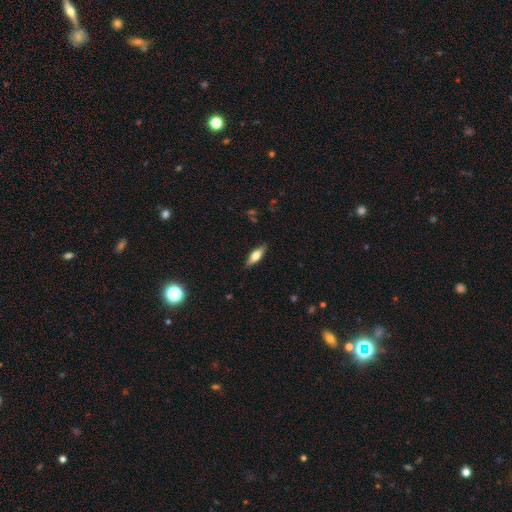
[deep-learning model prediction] This is likely a smooth galaxy (64%). How rounded: possibly in between (58%). Merging: clearly none (86%).